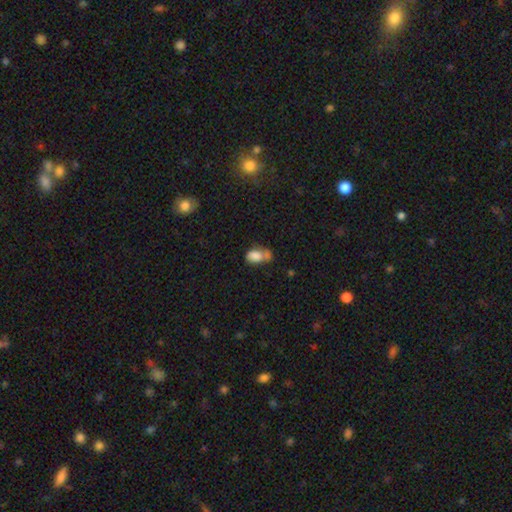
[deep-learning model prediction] A smooth galaxy with no disk features (79%) that is in between round and cigar-shaped (82%). Merging: merger (33%).